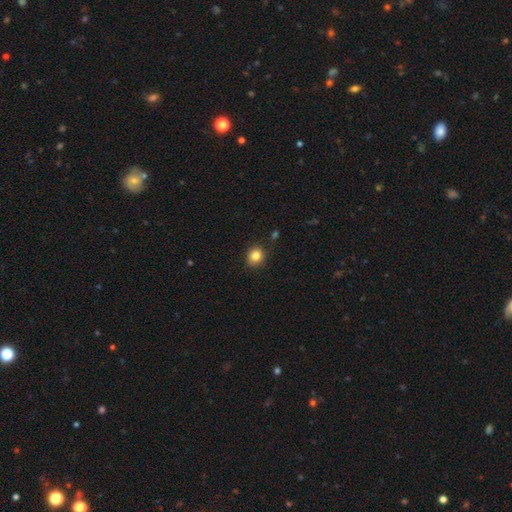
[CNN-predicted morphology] Smooth or featured? Predicted: smooth (p=0.84). How rounded? Predicted: round (p=0.80). Merging? Predicted: none (p=0.85).